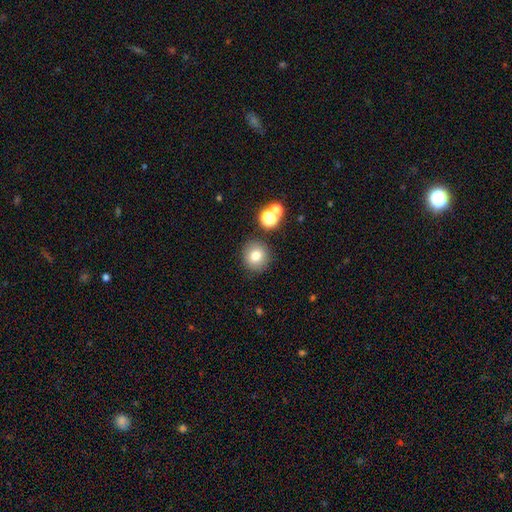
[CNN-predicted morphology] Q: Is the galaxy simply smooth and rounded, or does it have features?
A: smooth — 78%.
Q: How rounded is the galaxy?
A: round — 92%.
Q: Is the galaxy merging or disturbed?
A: none — 85%.